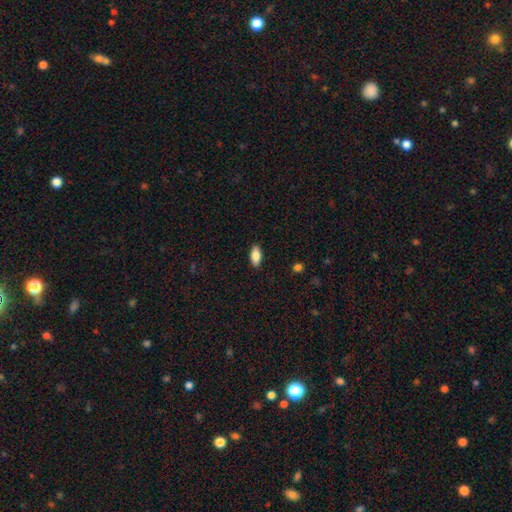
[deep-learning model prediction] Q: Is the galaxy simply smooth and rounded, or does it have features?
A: smooth — 84%.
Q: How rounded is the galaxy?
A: in between — 86%.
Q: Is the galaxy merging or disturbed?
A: none — 89%.